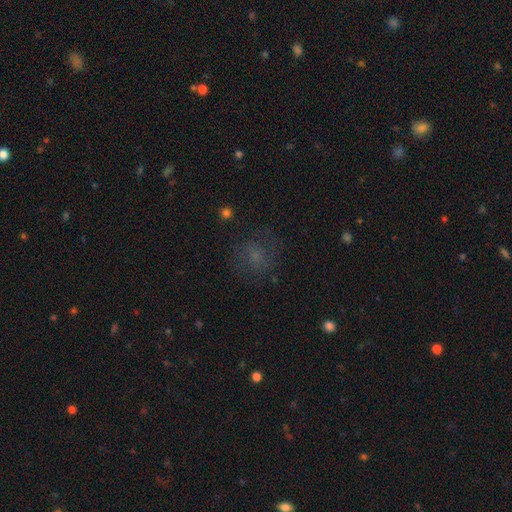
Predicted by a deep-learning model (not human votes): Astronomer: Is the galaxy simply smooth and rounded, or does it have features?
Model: smooth — 51%.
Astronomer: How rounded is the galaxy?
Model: round — 73%.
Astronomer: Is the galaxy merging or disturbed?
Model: none — 70%.